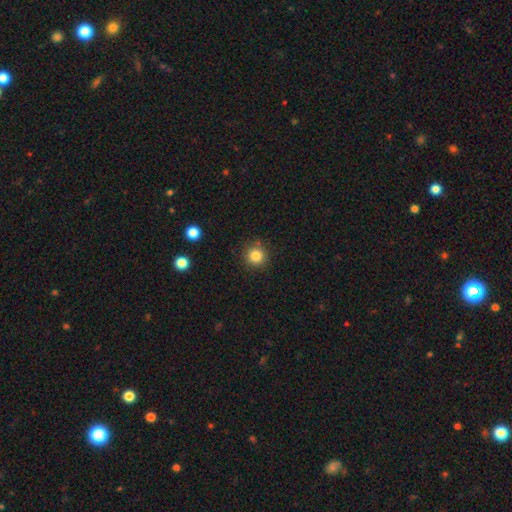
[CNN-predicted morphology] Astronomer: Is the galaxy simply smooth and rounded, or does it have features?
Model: smooth — 83%.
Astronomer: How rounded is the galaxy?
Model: round — 94%.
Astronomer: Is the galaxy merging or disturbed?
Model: none — 88%.